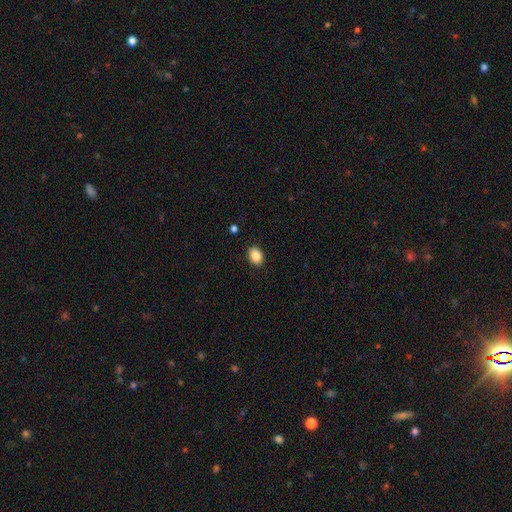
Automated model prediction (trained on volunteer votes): Smooth or featured: smooth — 88% (star or artifact — 8%)
How rounded: in between — 72% (round — 27%)
Merging: none — 89% (minor disturbance — 8%)